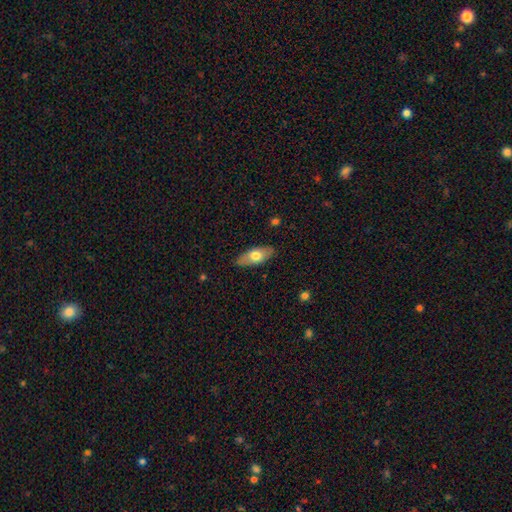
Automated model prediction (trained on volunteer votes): Morphology: type=smooth (65%); roundness=in between (84%); merging=none (86%).